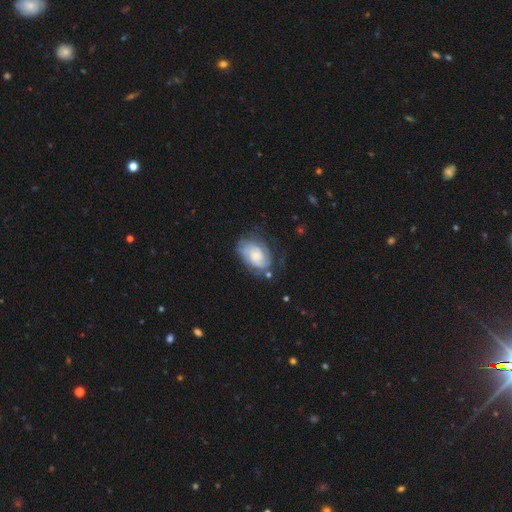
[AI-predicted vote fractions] Morphology: type=featured or disk (71%); edge-on=no (97%); bar=no (66%); spiral arms=yes (91%); winding=tight (55%); arm count=2 (44%); bulge=small (39%); merging=none (62%).